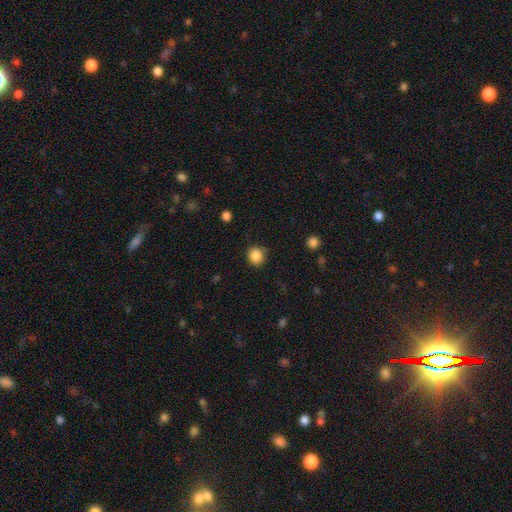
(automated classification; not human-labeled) This is clearly a smooth galaxy (86%). How rounded: clearly round (88%). Merging: clearly none (82%).